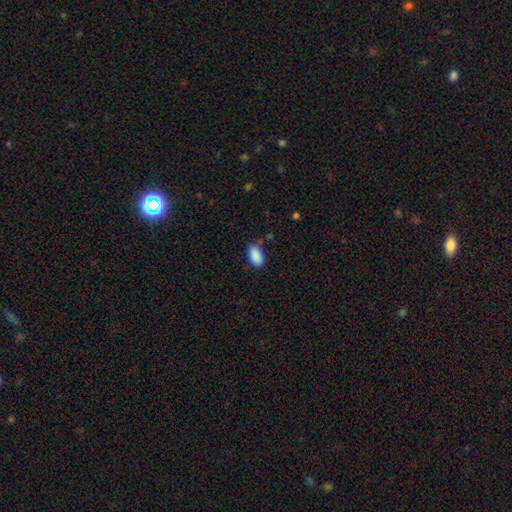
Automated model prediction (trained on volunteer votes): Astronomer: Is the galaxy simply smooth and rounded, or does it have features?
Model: smooth — 90%.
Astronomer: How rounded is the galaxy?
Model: in between — 94%.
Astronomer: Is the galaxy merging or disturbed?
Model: none — 80%.